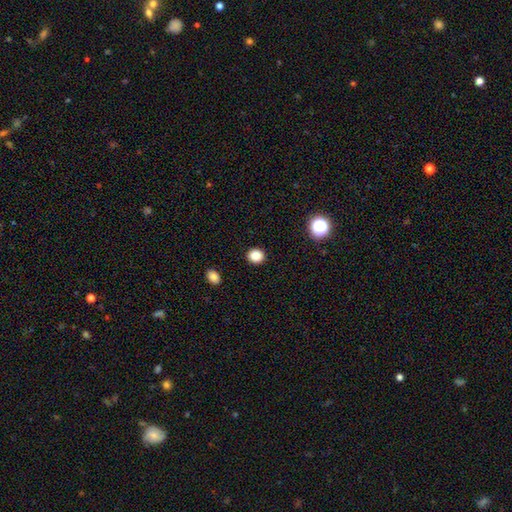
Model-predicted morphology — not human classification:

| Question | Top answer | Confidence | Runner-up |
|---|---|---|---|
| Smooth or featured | smooth | 86% | star or artifact (11%) |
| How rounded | round | 78% | in between (21%) |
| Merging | none | 91% | minor disturbance (5%) |